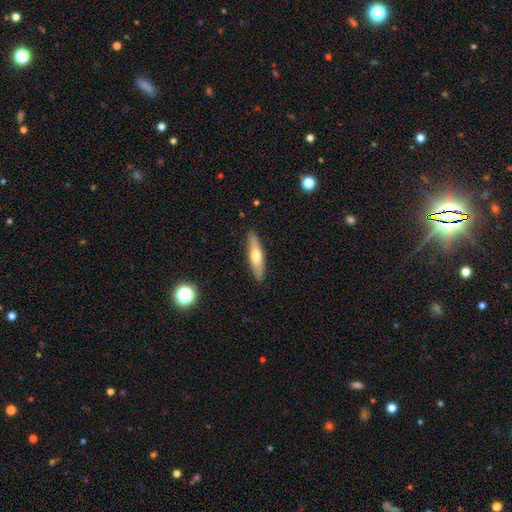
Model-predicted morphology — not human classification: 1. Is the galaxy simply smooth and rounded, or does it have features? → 53% smooth, 41% featured or disk, 6% star or artifact.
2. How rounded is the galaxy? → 76% cigar-shaped, 22% in between, 2% round.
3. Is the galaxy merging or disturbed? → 88% none, 9% minor disturbance, 2% major disturbance, 1% merger.